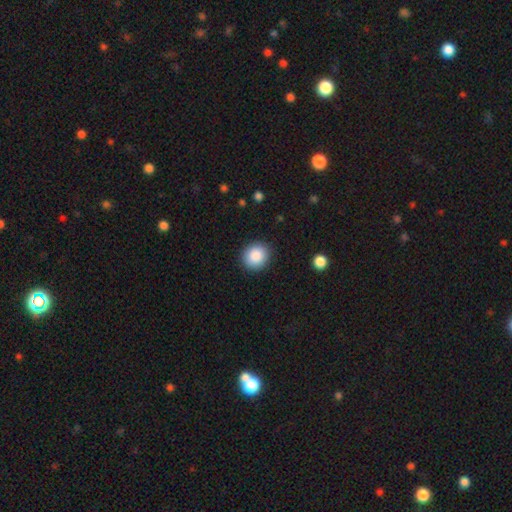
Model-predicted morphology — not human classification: A smooth galaxy with no disk features (88%) that is round (82%).

Vote fractions:
- Smooth or featured? smooth: 88% / star or artifact: 8% / featured or disk: 4%
- How rounded? round: 82% / in between: 17% / cigar-shaped: 1%
- Merging? none: 90% / minor disturbance: 7% / major disturbance: 2% / merger: 1%